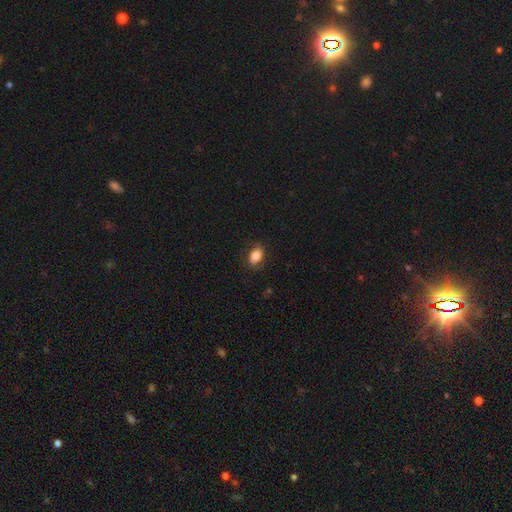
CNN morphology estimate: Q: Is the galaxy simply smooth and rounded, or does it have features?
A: smooth — 81%.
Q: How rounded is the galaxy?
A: in between — 84%.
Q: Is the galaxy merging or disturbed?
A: none — 81%.